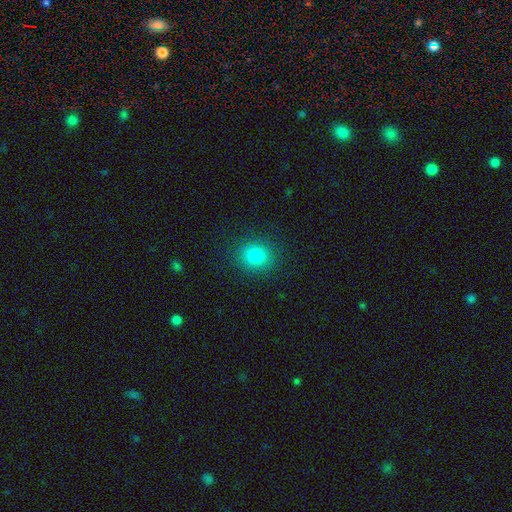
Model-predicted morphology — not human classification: The model was most divided on "how rounded": round: 78%, in between: 21%, cigar-shaped: 1%. More confident: merging — none (89%); smooth or featured — smooth (83%).